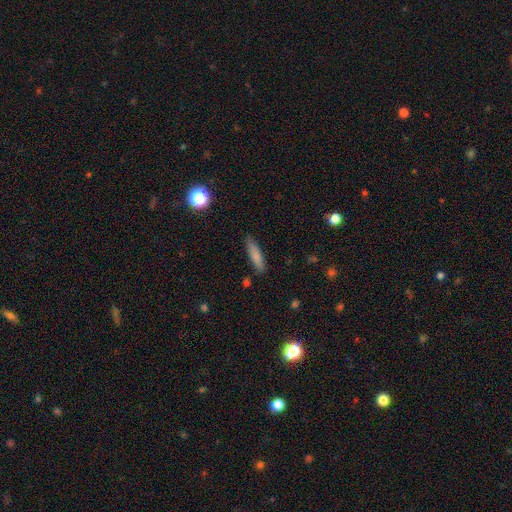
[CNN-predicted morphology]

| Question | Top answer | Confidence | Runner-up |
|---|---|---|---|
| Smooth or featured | smooth | 82% | featured or disk (11%) |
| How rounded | cigar-shaped | 75% | in between (24%) |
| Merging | none | 84% | minor disturbance (11%) |